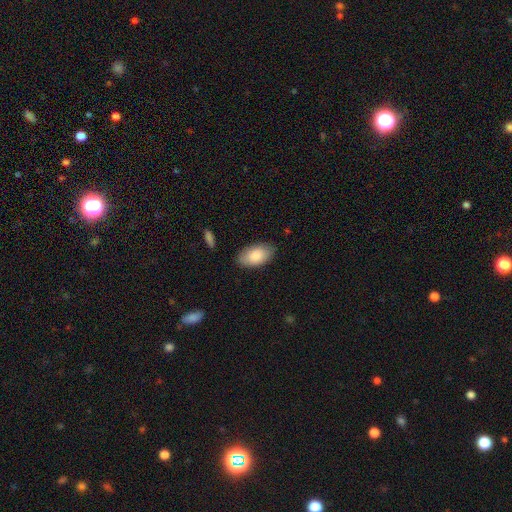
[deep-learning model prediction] Smooth or featured? Predicted: smooth (p=0.85). How rounded? Predicted: in between (p=0.95). Merging? Predicted: none (p=0.84).